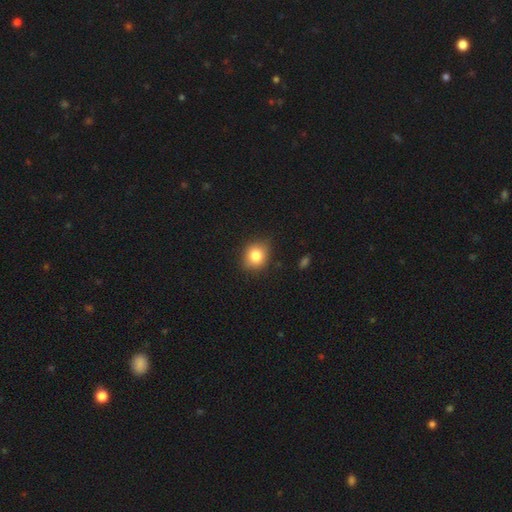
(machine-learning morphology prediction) This is clearly a smooth galaxy (81%). How rounded: likely round (70%). Merging: likely none (80%).